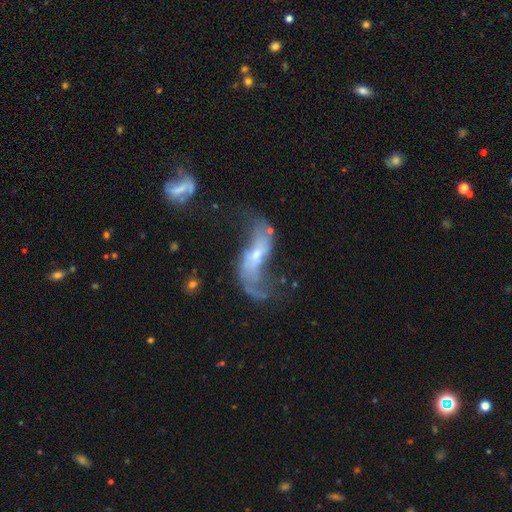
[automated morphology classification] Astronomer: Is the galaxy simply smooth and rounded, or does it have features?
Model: featured or disk — 79%.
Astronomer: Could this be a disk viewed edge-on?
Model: no — 91%.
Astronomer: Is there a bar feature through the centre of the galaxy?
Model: no — 44% (runner-up: weak, 36%).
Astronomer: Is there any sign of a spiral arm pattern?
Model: yes — 85%.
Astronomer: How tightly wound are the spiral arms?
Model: loose — 87%.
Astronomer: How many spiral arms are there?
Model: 2 — 85%.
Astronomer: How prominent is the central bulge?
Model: small — 60%.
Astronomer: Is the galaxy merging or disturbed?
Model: none — 39% (runner-up: major disturbance, 31%).